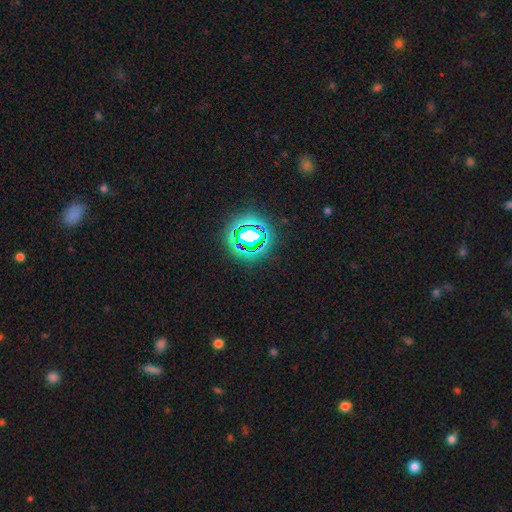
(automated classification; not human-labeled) Overall: star or artifact (81%).